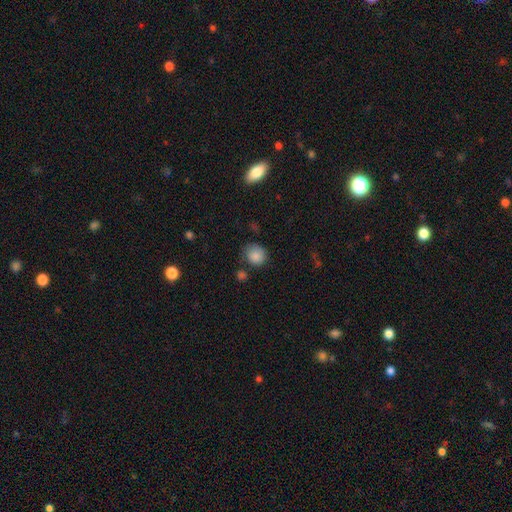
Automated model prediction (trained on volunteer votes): Smooth or featured?
  - smooth: 85% *
  - star or artifact: 9%
  - featured or disk: 5%
How rounded?
  - round: 83% *
  - in between: 16%
  - cigar-shaped: 1%
Merging?
  - none: 68% *
  - minor disturbance: 21%
  - major disturbance: 6%
  - merger: 5%